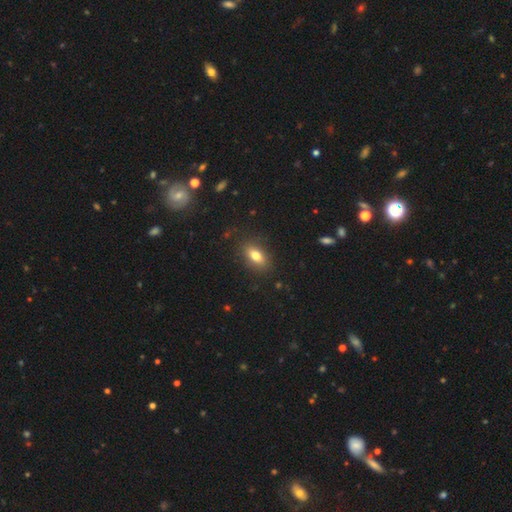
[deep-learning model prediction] smooth_or_featured: smooth (p=0.78) [alt: featured or disk p=0.12]
how_rounded: in between (p=0.85) [alt: round p=0.10]
merging: none (p=0.85) [alt: minor disturbance p=0.11]